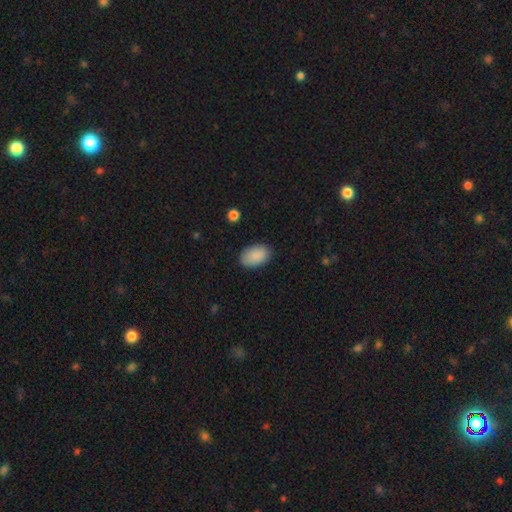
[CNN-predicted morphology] Smooth or featured?
  - smooth: 90% *
  - star or artifact: 6%
  - featured or disk: 4%
How rounded?
  - in between: 93% *
  - round: 6%
  - cigar-shaped: 1%
Merging?
  - none: 87% *
  - minor disturbance: 10%
  - major disturbance: 2%
  - merger: 1%